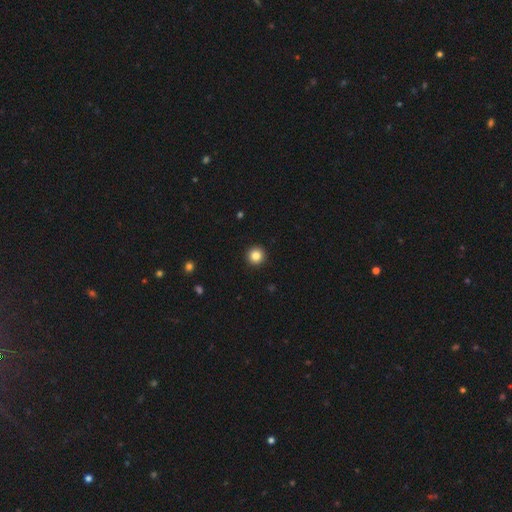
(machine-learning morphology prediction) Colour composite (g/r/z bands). It shows a smooth galaxy with no disk features (85%) that is round (95%). Merging: none (94%).